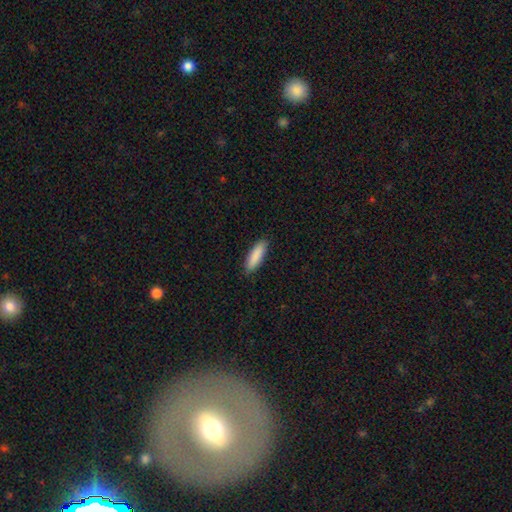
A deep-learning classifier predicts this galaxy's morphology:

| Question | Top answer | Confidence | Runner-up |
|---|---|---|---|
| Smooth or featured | smooth | 89% | star or artifact (6%) |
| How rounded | cigar-shaped | 55% | in between (44%) |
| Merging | none | 89% | minor disturbance (9%) |